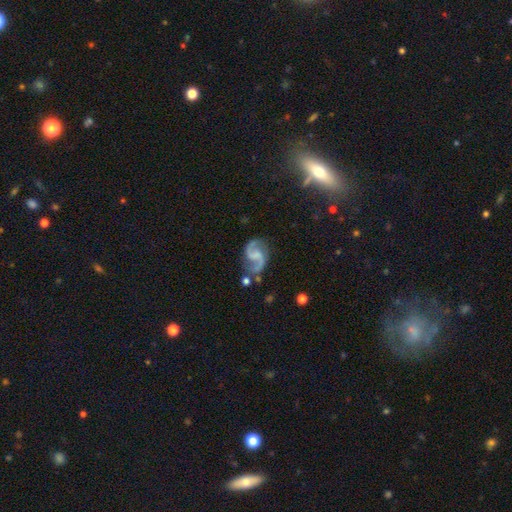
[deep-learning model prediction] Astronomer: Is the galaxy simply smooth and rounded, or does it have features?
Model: featured or disk — 90%.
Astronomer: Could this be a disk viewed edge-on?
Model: no — 98%.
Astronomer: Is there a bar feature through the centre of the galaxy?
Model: weak — 45% (runner-up: no, 42%).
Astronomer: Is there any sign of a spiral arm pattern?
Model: yes — 97%.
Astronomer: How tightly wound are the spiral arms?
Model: loose — 49% (runner-up: medium, 43%).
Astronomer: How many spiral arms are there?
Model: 2 — 94%.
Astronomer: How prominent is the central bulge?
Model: none — 58%.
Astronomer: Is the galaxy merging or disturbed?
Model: none — 73%.